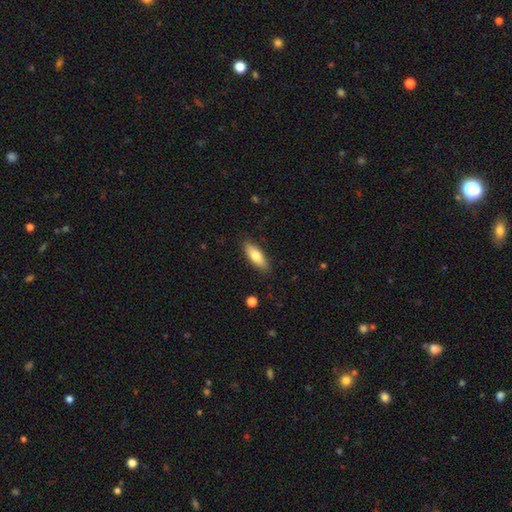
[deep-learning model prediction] A smooth galaxy with no disk features (75%) that is in between round and cigar-shaped (66%).

Vote fractions:
- Smooth or featured? smooth: 75% / featured or disk: 19% / star or artifact: 6%
- How rounded? in between: 66% / cigar-shaped: 32% / round: 2%
- Merging? none: 86% / minor disturbance: 10% / major disturbance: 2% / merger: 1%